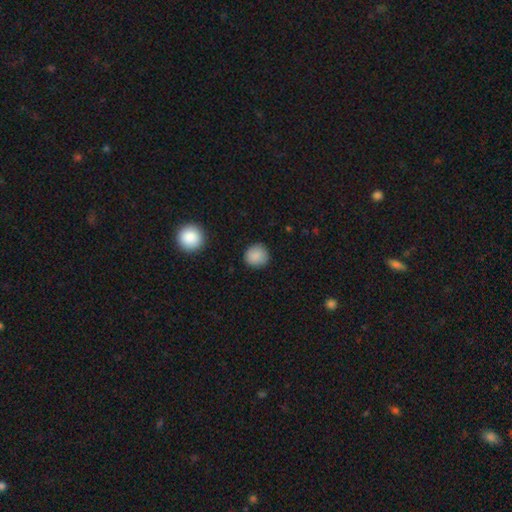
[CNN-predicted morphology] The model was most divided on "smooth or featured": smooth: 88%, star or artifact: 8%, featured or disk: 4%. More confident: how rounded — round (91%); merging — none (89%).